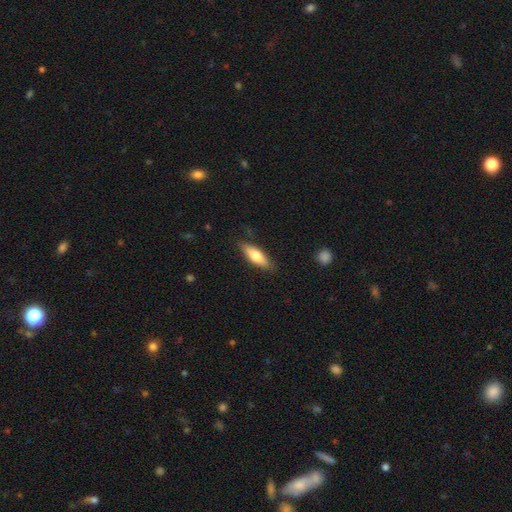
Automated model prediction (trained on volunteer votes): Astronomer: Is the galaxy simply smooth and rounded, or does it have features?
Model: smooth — 67%.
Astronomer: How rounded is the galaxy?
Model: in between — 51% (runner-up: cigar-shaped, 47%).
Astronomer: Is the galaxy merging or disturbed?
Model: none — 85%.